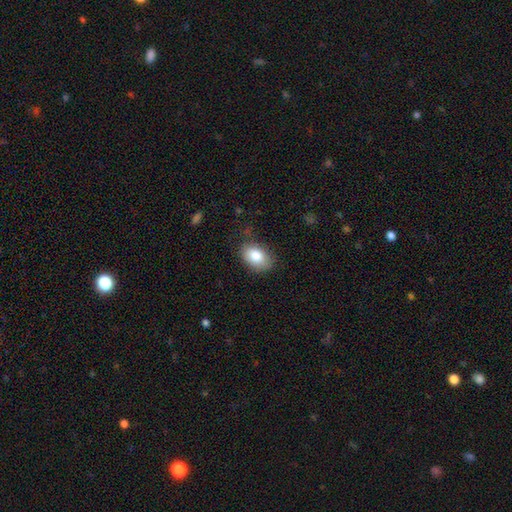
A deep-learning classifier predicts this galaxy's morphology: smooth-or-featured: smooth: 82% | featured or disk: 10% | star or artifact: 8%
  how-rounded: in between: 84% | round: 15% | cigar-shaped: 1%
  merging: none: 77% | minor disturbance: 18% | major disturbance: 4% | merger: 1%